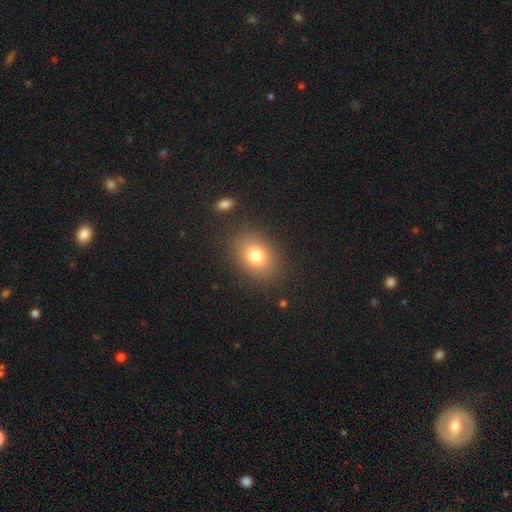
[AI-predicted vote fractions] Smooth or featured? Predicted: smooth (p=0.78). How rounded? Predicted: in between (p=0.66). Merging? Predicted: none (p=0.84).